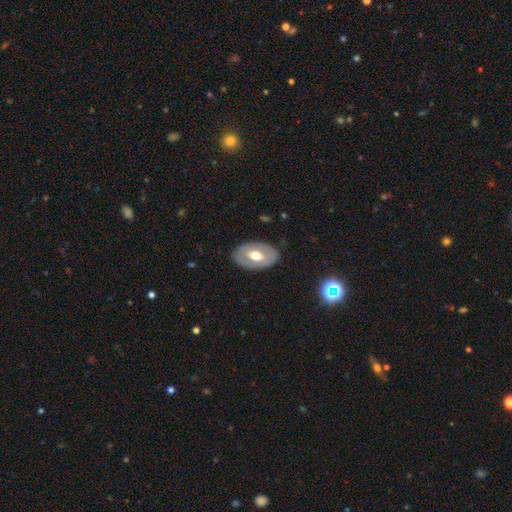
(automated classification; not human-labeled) featured or disk 50%, smooth 45%, star or artifact 6%. Down the decision tree: merging — none (83%).